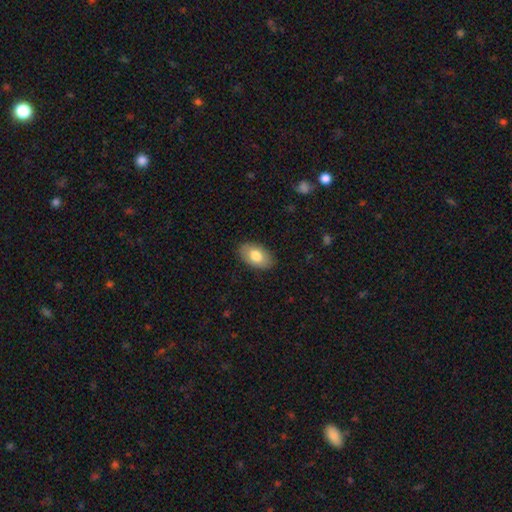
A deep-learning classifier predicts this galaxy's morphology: smooth-or-featured: smooth: 77% | featured or disk: 17% | star or artifact: 6%
  how-rounded: in between: 92% | round: 6% | cigar-shaped: 1%
  merging: none: 87% | minor disturbance: 10% | major disturbance: 2% | merger: 1%